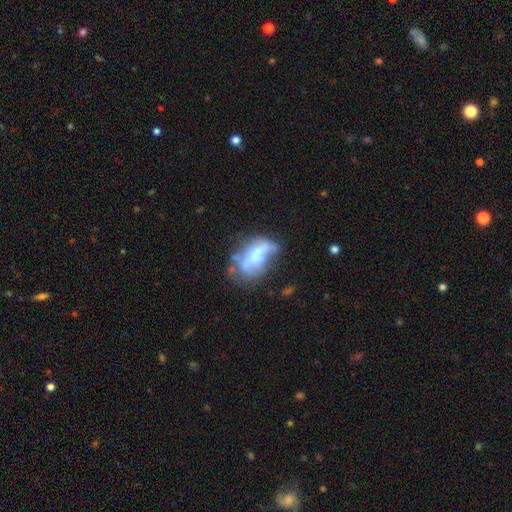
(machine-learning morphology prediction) Overall: featured or disk (50%; smooth 40%). Merging: major disturbance (34%; none 26%).